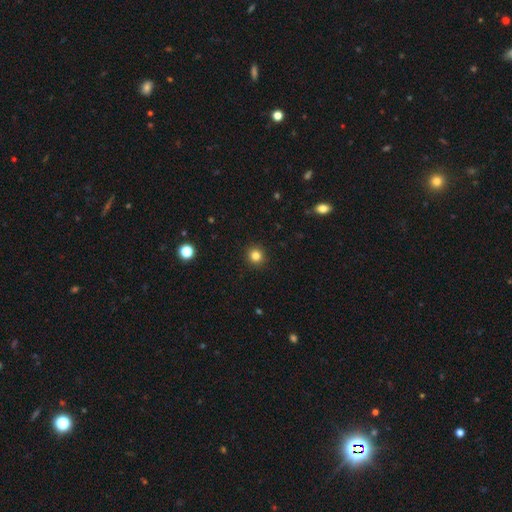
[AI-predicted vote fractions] smooth_or_featured: smooth (p=0.83) [alt: star or artifact p=0.12]
how_rounded: round (p=0.93) [alt: in between p=0.06]
merging: none (p=0.92) [alt: minor disturbance p=0.05]